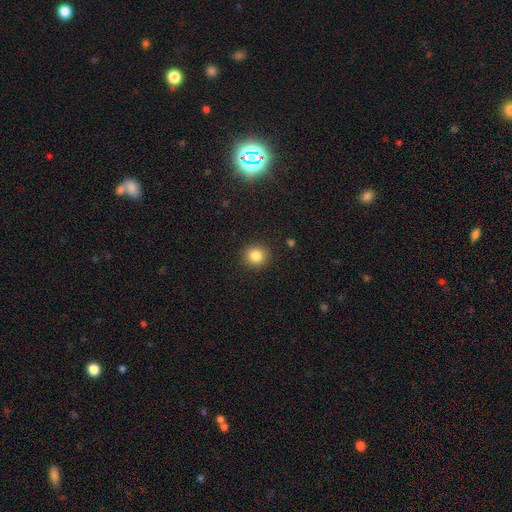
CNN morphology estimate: A smooth galaxy with no disk features (84%) that is round (89%). Merging: none (91%).